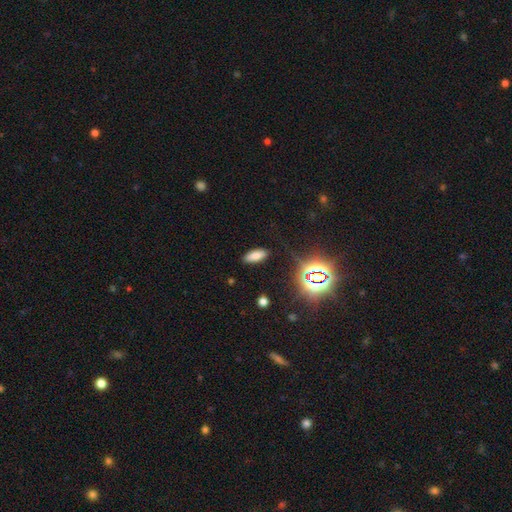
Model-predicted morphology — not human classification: The model was most divided on "smooth or featured": smooth: 74%, star or artifact: 18%, featured or disk: 8%. More confident: merging — none (87%); how rounded — in between (79%).